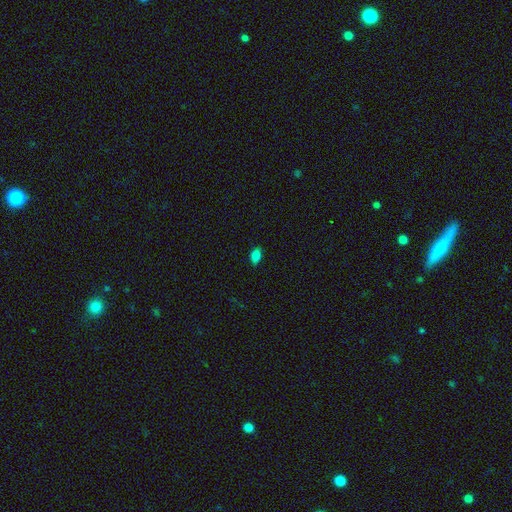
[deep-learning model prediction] Q: Smooth or featured?
A: smooth (83%); runner-up: star or artifact (11%)
Q: How rounded?
A: in between (89%); runner-up: round (8%)
Q: Merging?
A: none (83%); runner-up: minor disturbance (14%)